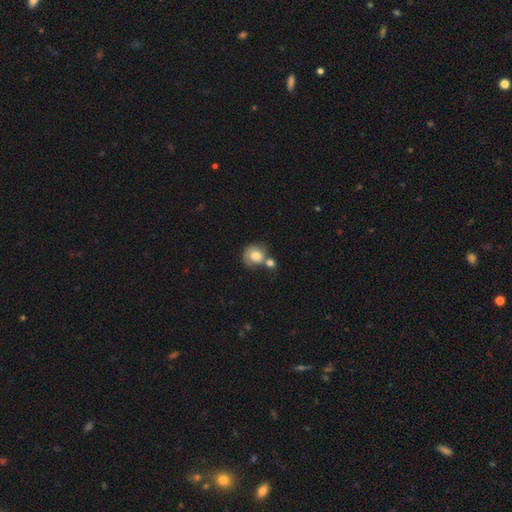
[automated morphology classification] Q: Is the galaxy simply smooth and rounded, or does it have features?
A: smooth — 60%.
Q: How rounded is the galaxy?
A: round — 80%.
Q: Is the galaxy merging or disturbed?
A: none — 41%.